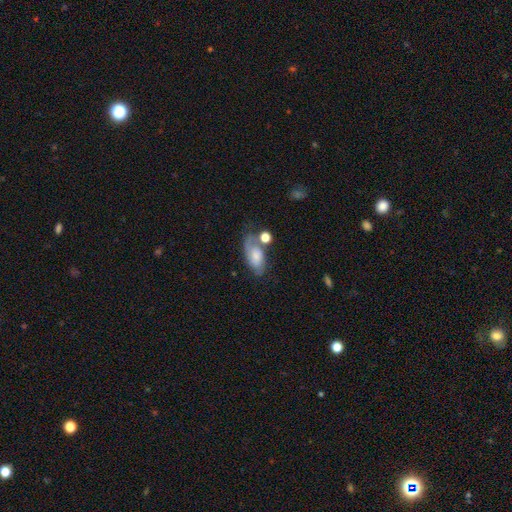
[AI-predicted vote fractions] Q: Smooth or featured?
A: featured or disk (47%); runner-up: smooth (44%)
Q: Merging?
A: none (44%); runner-up: minor disturbance (23%)